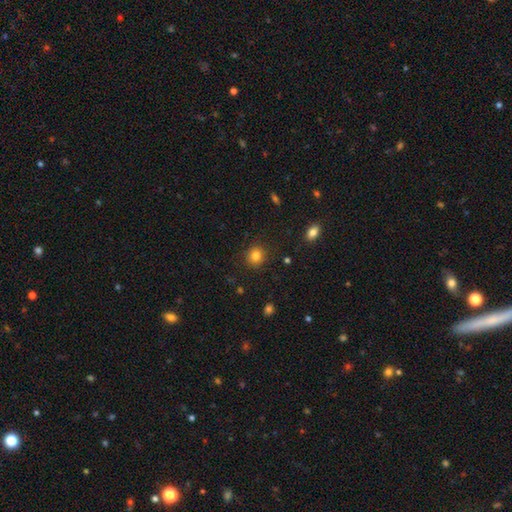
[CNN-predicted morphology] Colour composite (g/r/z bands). It shows a smooth galaxy with no disk features (82%) that is round (85%). Merging: none (89%).